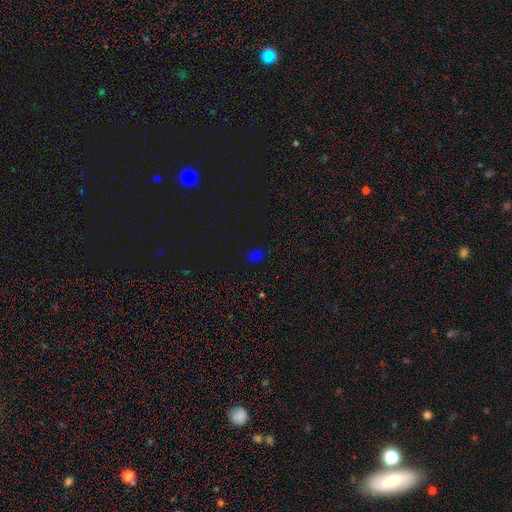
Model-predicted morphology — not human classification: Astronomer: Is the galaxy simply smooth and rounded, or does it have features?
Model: smooth — 70%.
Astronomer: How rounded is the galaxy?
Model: in between — 64%.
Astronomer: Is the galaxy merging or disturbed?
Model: none — 83%.